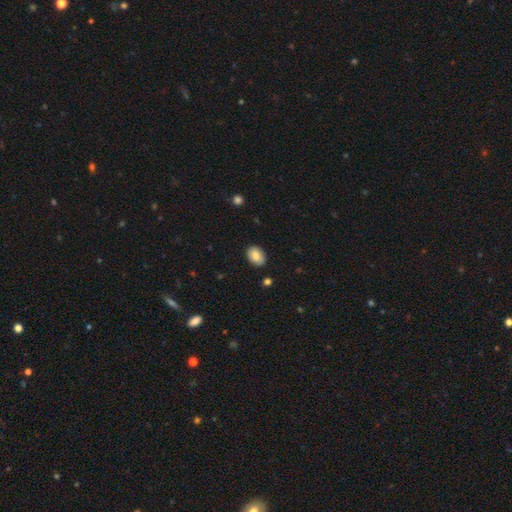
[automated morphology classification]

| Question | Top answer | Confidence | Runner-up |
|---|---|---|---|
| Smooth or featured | smooth | 84% | featured or disk (9%) |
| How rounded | in between | 82% | round (17%) |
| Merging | none | 87% | minor disturbance (9%) |